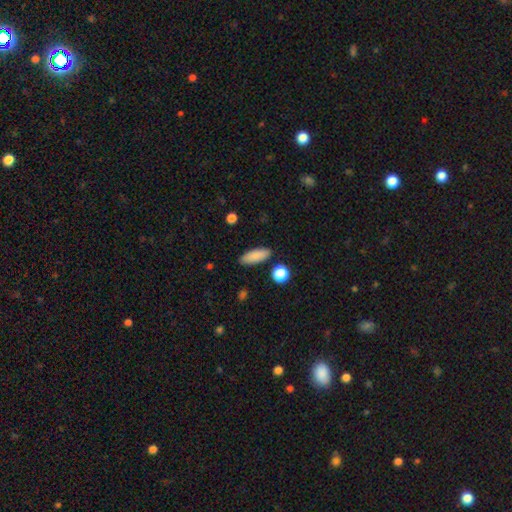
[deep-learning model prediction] Morphology: type=smooth (87%); roundness=in between (69%); merging=none (86%).